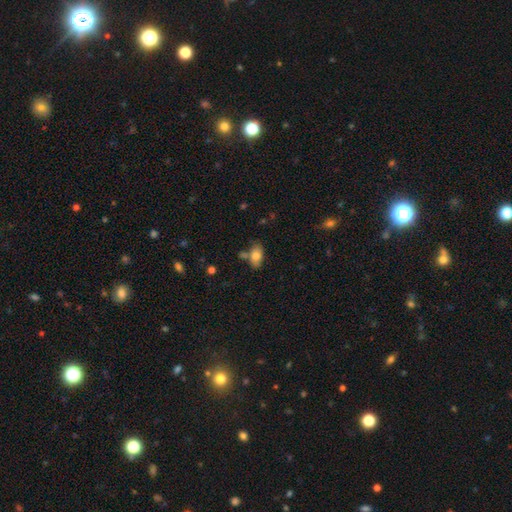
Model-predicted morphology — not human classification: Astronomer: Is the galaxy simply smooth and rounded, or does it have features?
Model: smooth — 80%.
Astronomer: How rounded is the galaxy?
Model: in between — 91%.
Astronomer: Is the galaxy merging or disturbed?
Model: none — 62%.